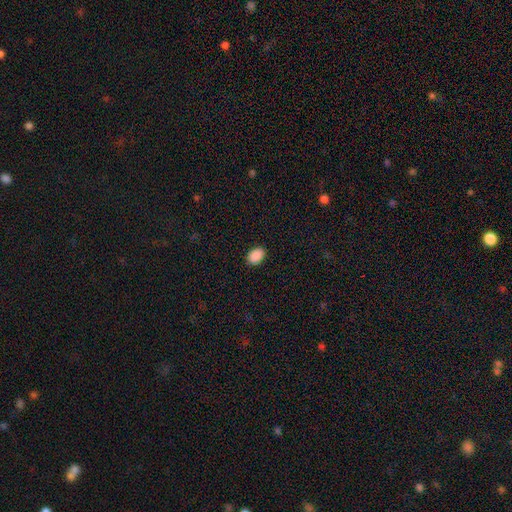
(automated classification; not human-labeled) This is clearly a smooth galaxy (90%). How rounded: likely in between (79%). Merging: clearly none (90%).